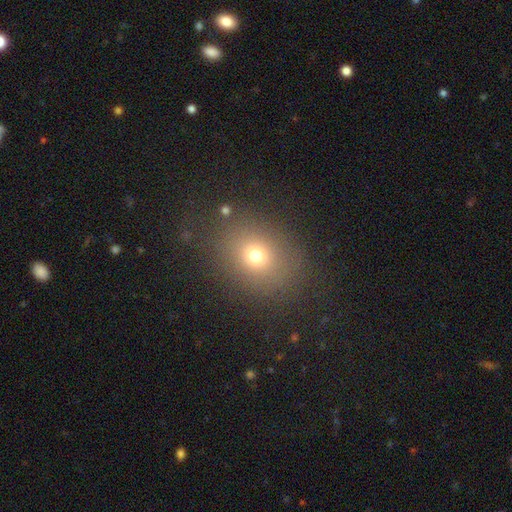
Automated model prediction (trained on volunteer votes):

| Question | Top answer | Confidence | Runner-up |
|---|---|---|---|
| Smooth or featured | smooth | 70% | star or artifact (18%) |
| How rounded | round | 57% | in between (42%) |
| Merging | none | 81% | minor disturbance (11%) |